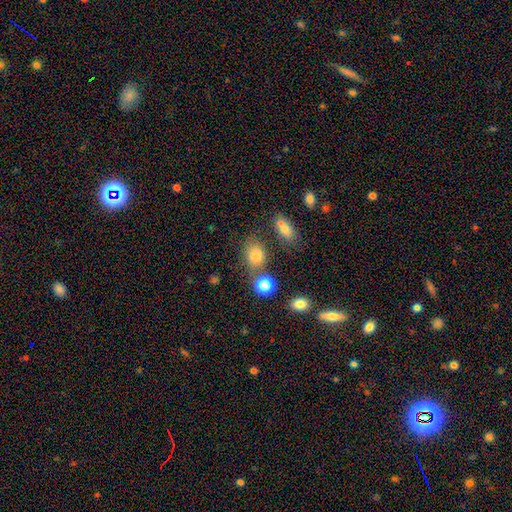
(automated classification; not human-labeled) Overall: smooth (77%). How rounded: round (49%, tied with in between). Merging: none (62%).